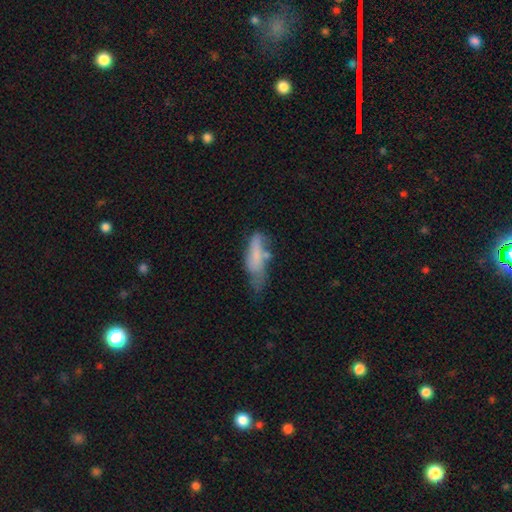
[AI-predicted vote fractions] smooth-or-featured: smooth: 63% | featured or disk: 29% | star or artifact: 8%
  how-rounded: cigar-shaped: 50% | in between: 48% | round: 2%
  merging: minor disturbance: 34% | none: 33% | major disturbance: 22% | merger: 11%